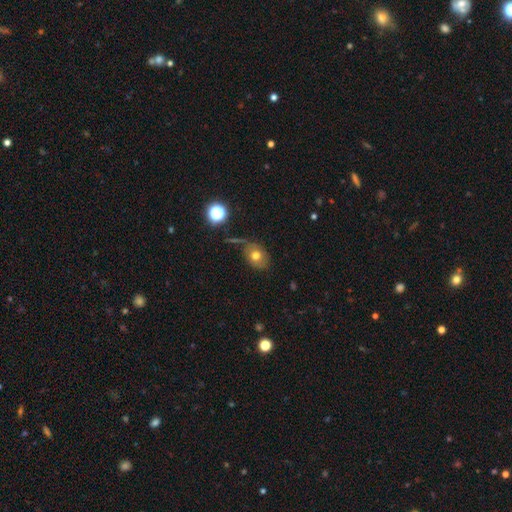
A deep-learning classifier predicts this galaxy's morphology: The model was most divided on "how rounded": in between: 65%, round: 34%, cigar-shaped: 1%. More confident: smooth or featured — smooth (67%); merging — none (62%).